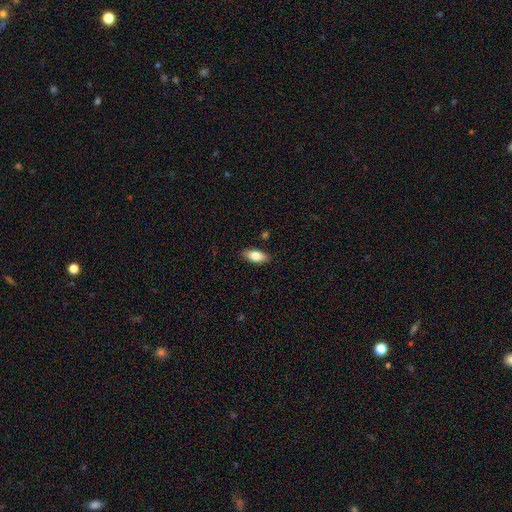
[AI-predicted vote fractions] Morphology: type=smooth (80%); roundness=in between (86%); merging=none (87%).